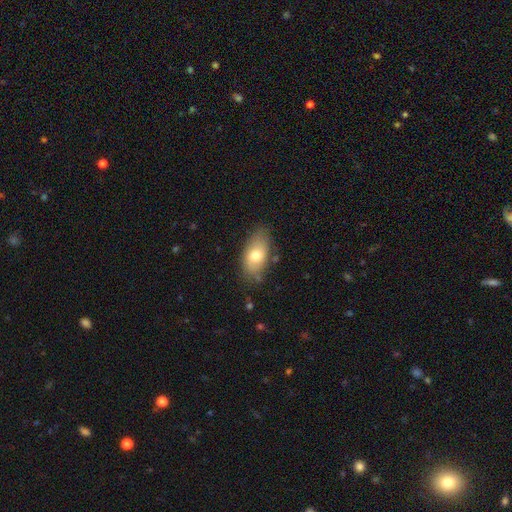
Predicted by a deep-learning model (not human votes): Smooth or featured: smooth — 74% (featured or disk — 19%)
How rounded: in between — 91% (round — 5%)
Merging: none — 75% (minor disturbance — 18%)